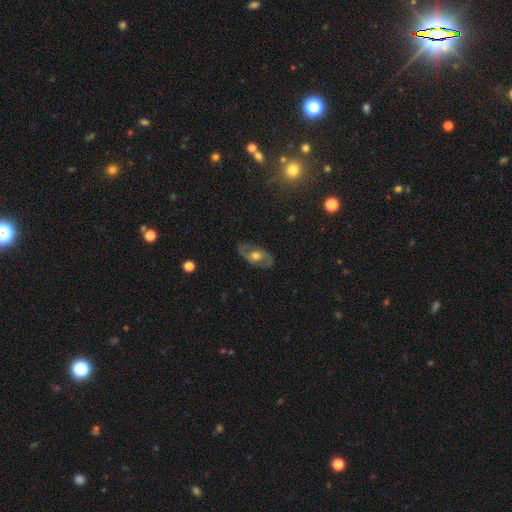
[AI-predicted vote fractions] Q: Smooth or featured?
A: featured or disk (71%); runner-up: smooth (21%)
Q: Edge-on disk?
A: no (91%); runner-up: yes (9%)
Q: Bar?
A: no (66%); runner-up: weak (26%)
Q: Spiral arms?
A: yes (76%); runner-up: no (24%)
Q: Bulge size?
A: moderate (71%); runner-up: small (16%)
Q: Merging?
A: none (79%); runner-up: minor disturbance (14%)